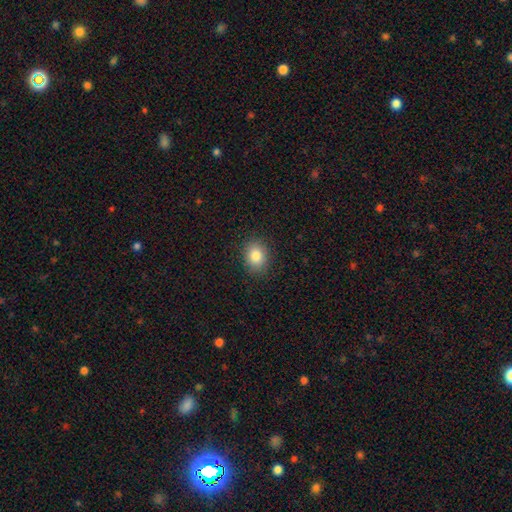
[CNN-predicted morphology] Smooth or featured? smooth (84%)
How rounded? in between (56%)
Merging? none (88%)